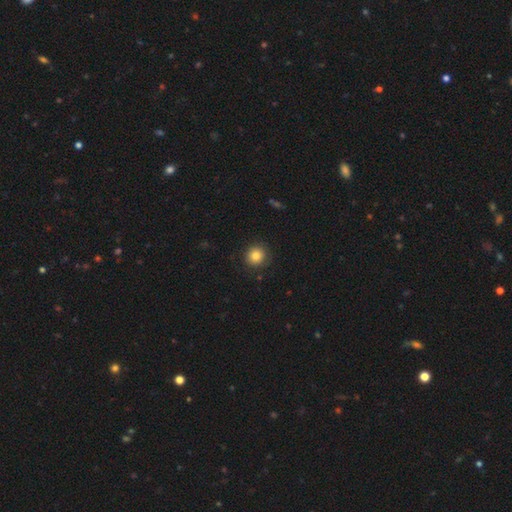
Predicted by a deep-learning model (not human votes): A smooth galaxy with no disk features (84%) that is round (92%). Merging: none (88%).